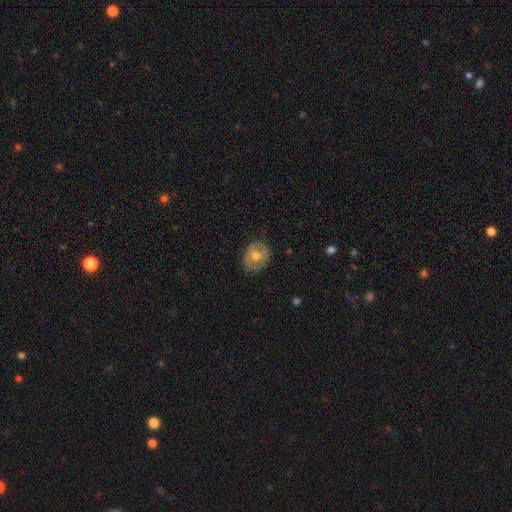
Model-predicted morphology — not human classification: Smooth or featured?
  - smooth: 48% *
  - featured or disk: 44%
  - star or artifact: 8%
Merging?
  - none: 75% *
  - minor disturbance: 19%
  - major disturbance: 5%
  - merger: 1%